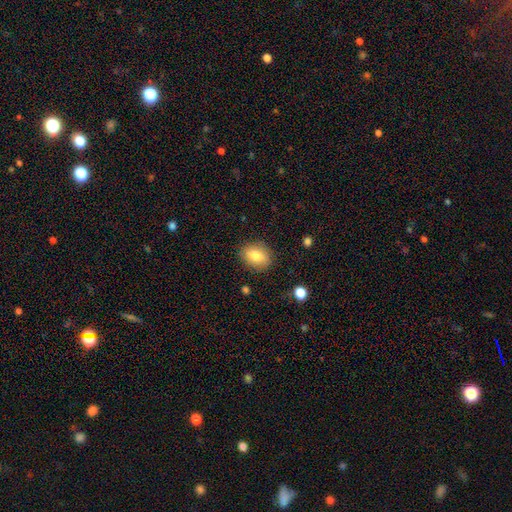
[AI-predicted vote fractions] The model was most divided on "how rounded": in between: 63%, round: 36%, cigar-shaped: 1%. More confident: merging — none (84%); smooth or featured — smooth (79%).